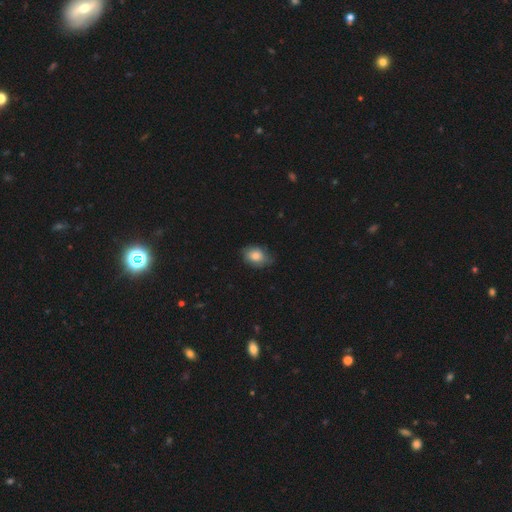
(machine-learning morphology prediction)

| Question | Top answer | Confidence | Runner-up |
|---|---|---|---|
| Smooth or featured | smooth | 75% | featured or disk (17%) |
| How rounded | in between | 75% | round (23%) |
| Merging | none | 64% | minor disturbance (29%) |